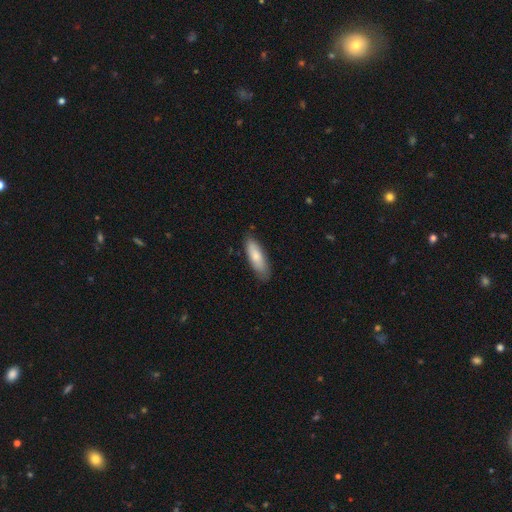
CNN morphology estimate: Overall: smooth (78%). How rounded: in between (60%; cigar-shaped 39%). Merging: none (79%).